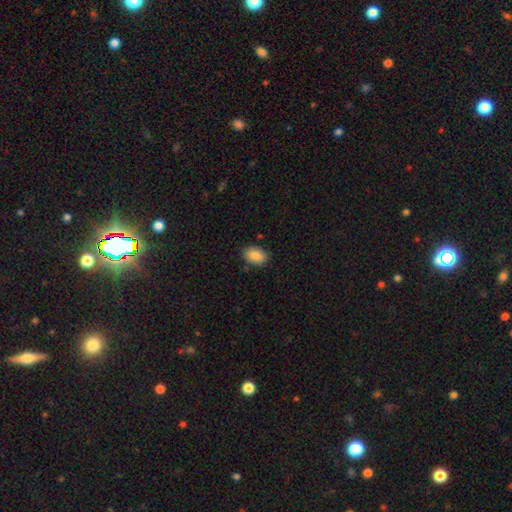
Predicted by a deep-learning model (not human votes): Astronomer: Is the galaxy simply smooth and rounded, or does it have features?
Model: smooth — 87%.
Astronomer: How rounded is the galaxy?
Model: in between — 82%.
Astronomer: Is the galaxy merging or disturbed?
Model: none — 86%.